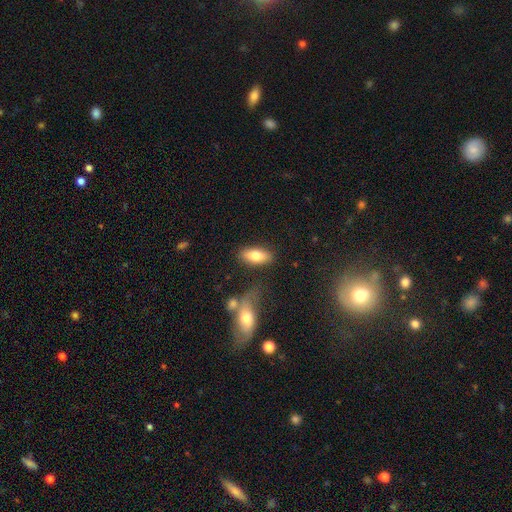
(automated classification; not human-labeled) Overall: smooth (75%). How rounded: in between (81%). Merging: none (78%).